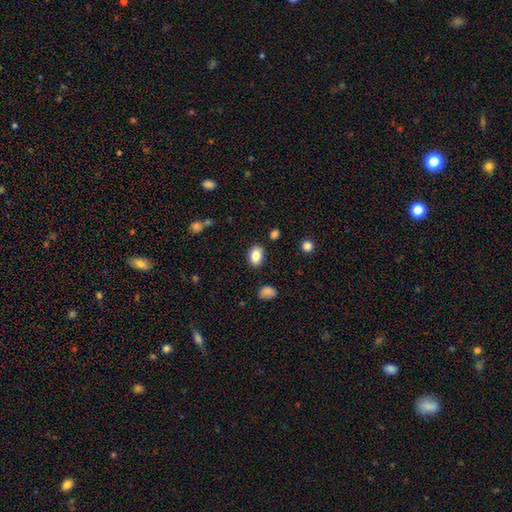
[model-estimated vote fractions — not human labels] Smooth or featured? smooth (84%)
How rounded? in between (83%)
Merging? none (85%)